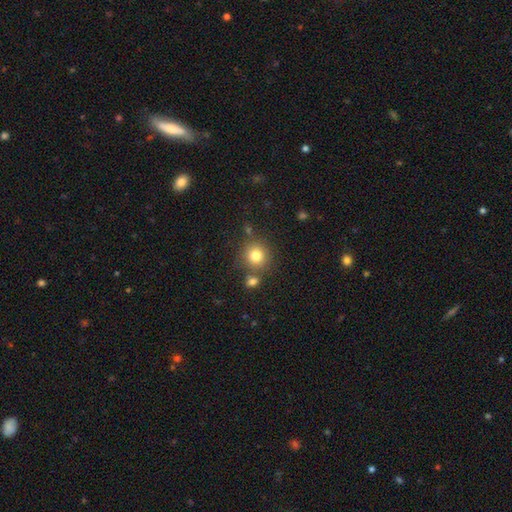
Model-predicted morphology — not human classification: Overall: smooth (80%). How rounded: round (90%). Merging: none (74%).